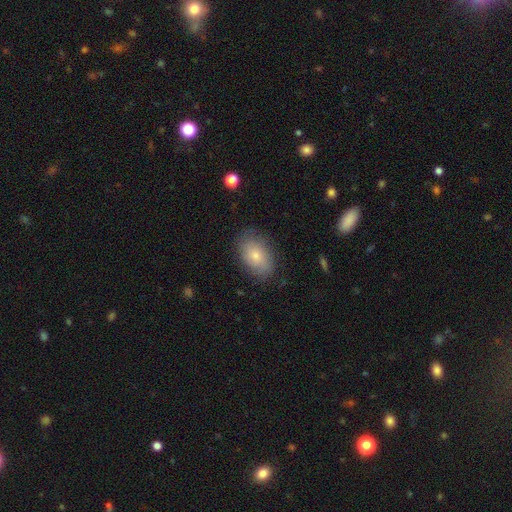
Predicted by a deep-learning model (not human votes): Smooth or featured? Predicted: smooth (p=0.71). How rounded? Predicted: in between (p=0.87). Merging? Predicted: none (p=0.78).